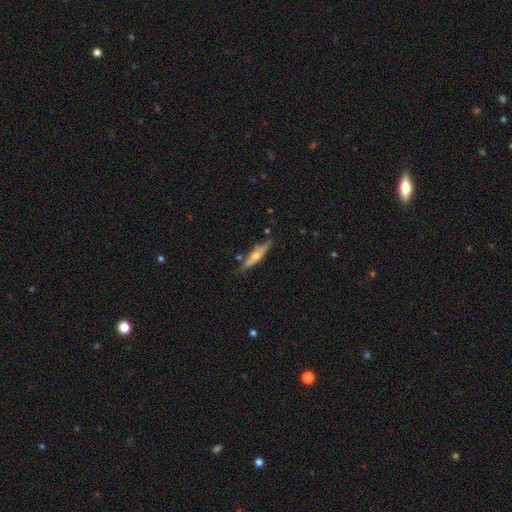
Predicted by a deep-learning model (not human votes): smooth_or_featured: featured or disk (p=0.63) [alt: smooth p=0.31]
disk_edge_on: yes (p=0.94) [alt: no p=0.06]
edge_on_bulge: rounded (p=0.89) [alt: none p=0.06]
merging: none (p=0.80) [alt: minor disturbance p=0.14]